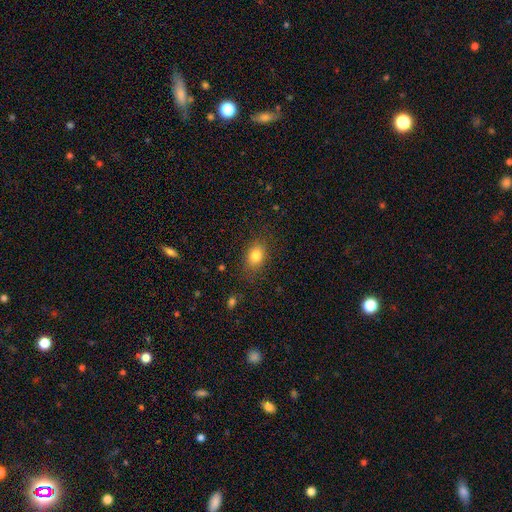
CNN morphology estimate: Smooth or featured?
  - smooth: 83% *
  - star or artifact: 10%
  - featured or disk: 7%
How rounded?
  - in between: 73% *
  - round: 25%
  - cigar-shaped: 2%
Merging?
  - none: 81% *
  - minor disturbance: 13%
  - major disturbance: 4%
  - merger: 1%